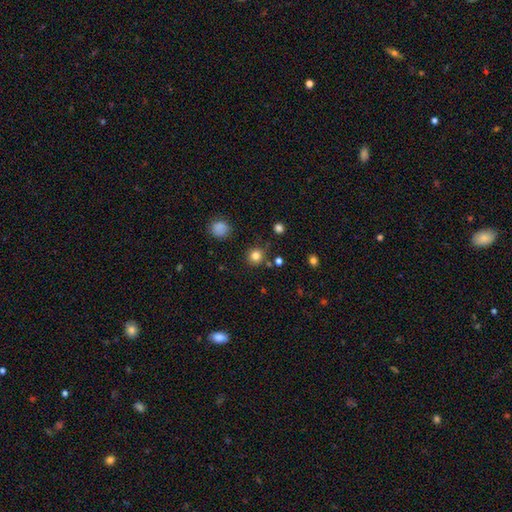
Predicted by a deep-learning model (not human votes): Smooth or featured? Predicted: smooth (p=0.81). How rounded? Predicted: round (p=0.92). Merging? Predicted: none (p=0.84).